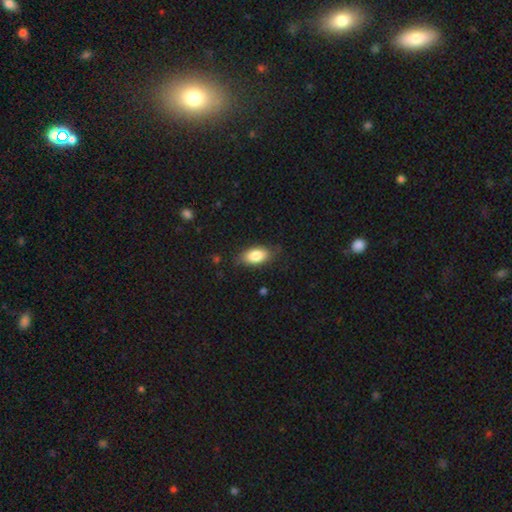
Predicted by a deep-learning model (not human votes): smooth-or-featured: smooth: 85% | featured or disk: 8% | star or artifact: 7%
  how-rounded: in between: 91% | cigar-shaped: 5% | round: 4%
  merging: none: 78% | minor disturbance: 17% | major disturbance: 4% | merger: 1%